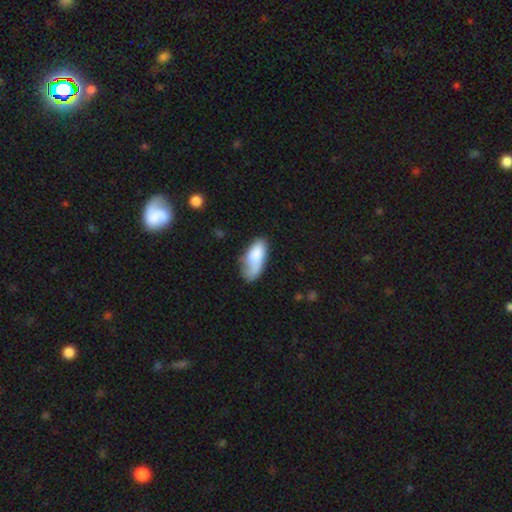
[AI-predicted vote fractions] A smooth galaxy with no disk features (78%) that is in between round and cigar-shaped (87%). Merging: none (40%).